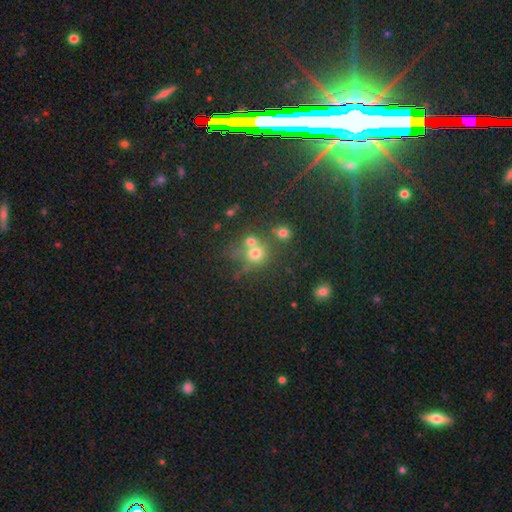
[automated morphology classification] type=smooth (63%); roundness=round (85%); merging=none (50%).